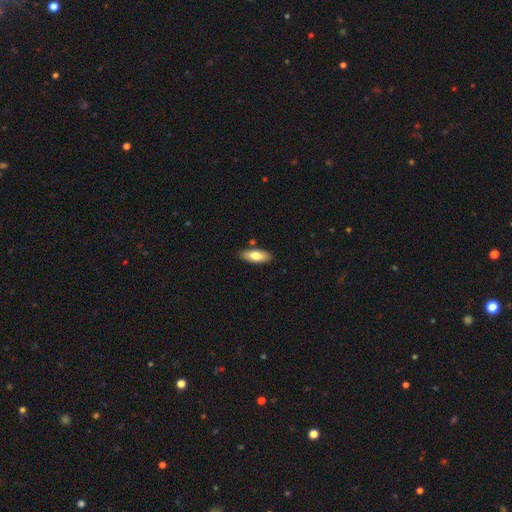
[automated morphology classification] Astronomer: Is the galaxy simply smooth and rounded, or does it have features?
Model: smooth — 77%.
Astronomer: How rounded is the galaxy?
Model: in between — 78%.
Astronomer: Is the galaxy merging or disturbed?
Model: none — 82%.